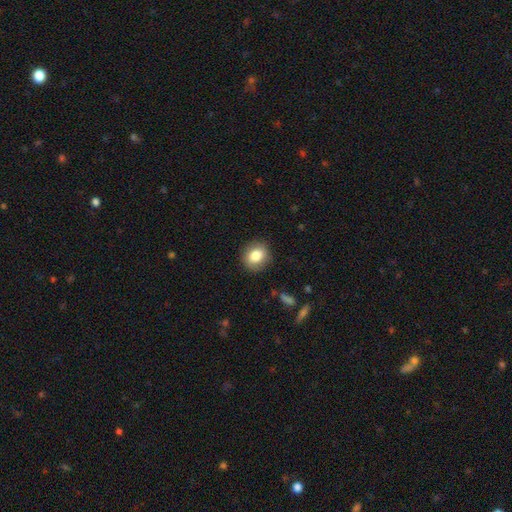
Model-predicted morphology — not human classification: Smooth or featured: smooth — 82% (featured or disk — 9%)
How rounded: round — 70% (in between — 29%)
Merging: none — 88% (minor disturbance — 9%)